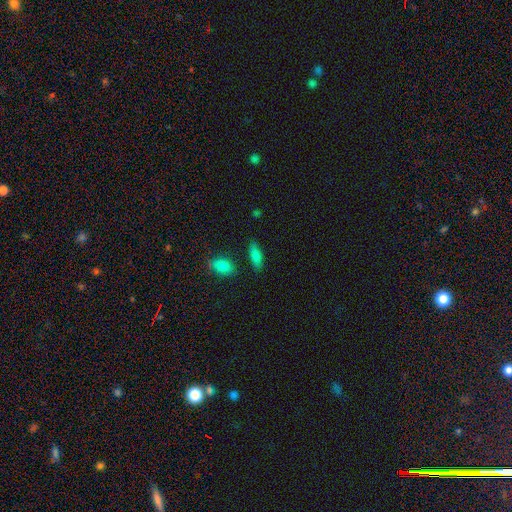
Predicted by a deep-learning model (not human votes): Smooth or featured: smooth — 82% (star or artifact — 9%)
How rounded: in between — 62% (cigar-shaped — 35%)
Merging: none — 81% (minor disturbance — 12%)